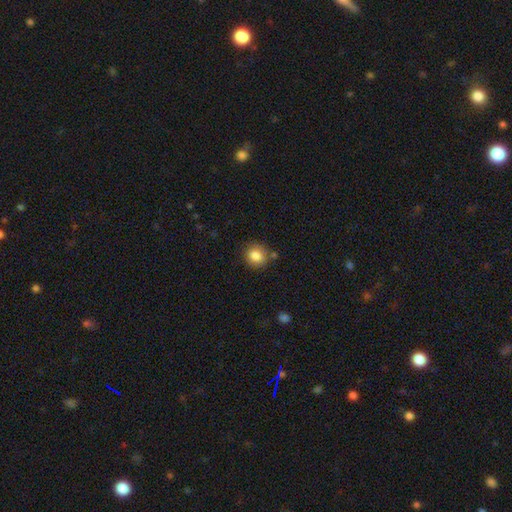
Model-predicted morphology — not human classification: This appears to be a smooth galaxy with no disk features (85%) that is round (80%). Merging: none (78%).